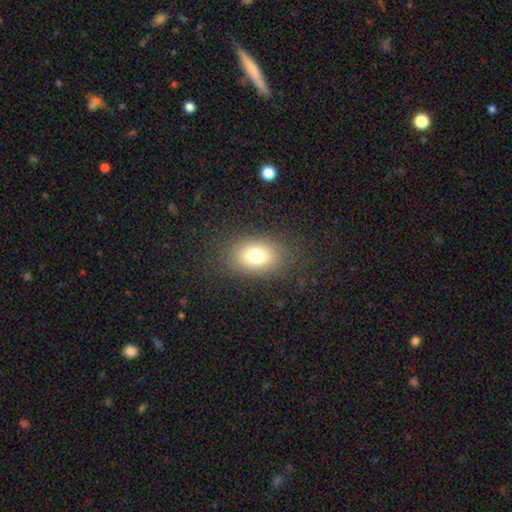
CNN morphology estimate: Overall: smooth (75%). How rounded: in between (73%). Merging: none (83%).